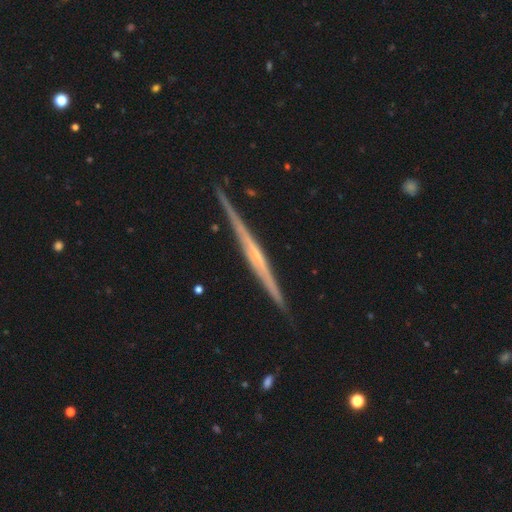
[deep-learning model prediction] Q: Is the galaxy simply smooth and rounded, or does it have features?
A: featured or disk — 81%.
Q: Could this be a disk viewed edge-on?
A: yes — 98%.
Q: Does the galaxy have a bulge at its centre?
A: none — 50%.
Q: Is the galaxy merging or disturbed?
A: none — 89%.